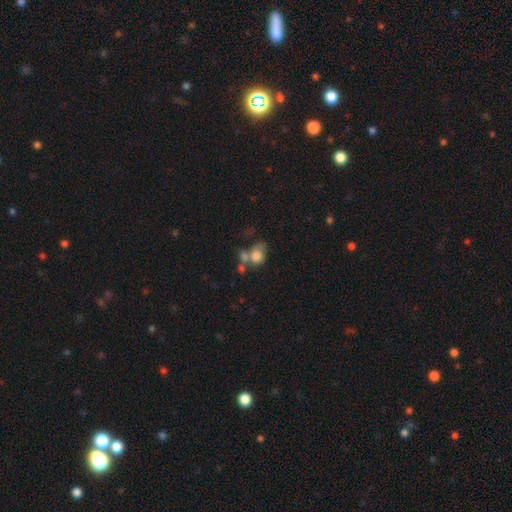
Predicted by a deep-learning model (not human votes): A smooth galaxy with no disk features (73%) that is in between round and cigar-shaped (56%). Merging: merger (45%).